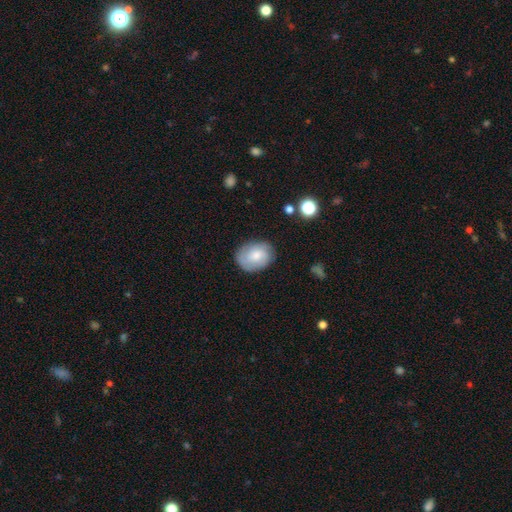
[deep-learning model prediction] A smooth galaxy with no disk features (56%) that is in between round and cigar-shaped (64%). Merging: none (77%).